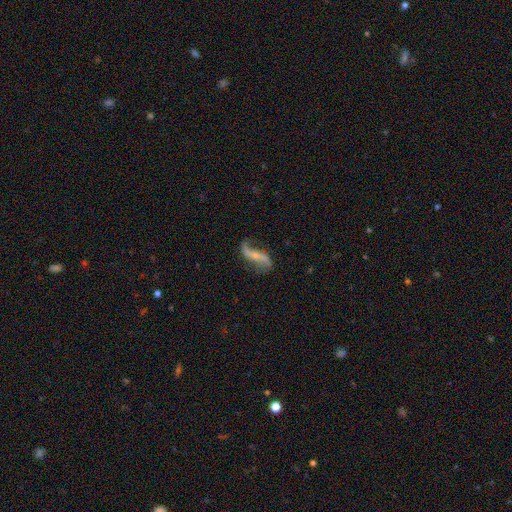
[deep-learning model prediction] Smooth or featured? featured or disk (80%)
Edge-on disk? no (90%)
Bar? strong (39%)
Spiral arms? yes (90%)
Spiral winding? loose (87%)
Spiral arm count? 2 (87%)
Bulge size? small (61%)
Merging? none (65%)